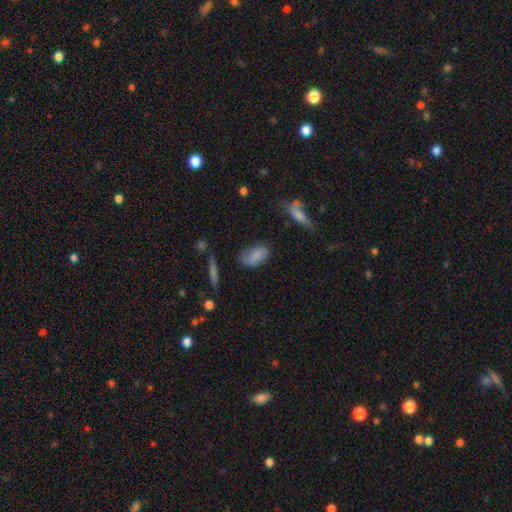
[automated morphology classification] This appears to be a smooth galaxy with no disk features (82%) that is in between round and cigar-shaped (91%). Merging: none (64%).